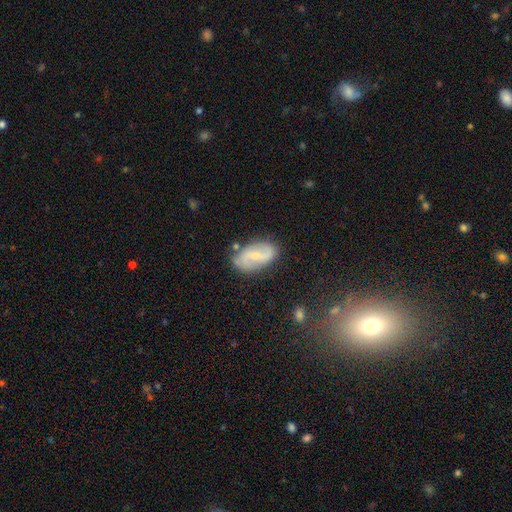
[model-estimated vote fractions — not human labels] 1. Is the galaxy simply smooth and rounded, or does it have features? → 69% featured or disk, 25% smooth, 7% star or artifact.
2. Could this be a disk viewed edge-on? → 96% no, 4% yes.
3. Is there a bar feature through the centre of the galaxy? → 50% weak, 27% no, 23% strong.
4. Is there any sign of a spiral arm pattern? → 87% yes, 13% no.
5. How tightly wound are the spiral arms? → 45% loose, 38% medium, 17% tight.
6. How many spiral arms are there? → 87% 2, 8% can't tell, 2% 1, 1% 3, 1% 4, 1% more than 4.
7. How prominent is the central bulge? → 62% small, 29% moderate, 7% none, 2% large, 1% dominant.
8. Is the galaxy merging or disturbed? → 76% none, 17% minor disturbance, 4% major disturbance, 3% merger.